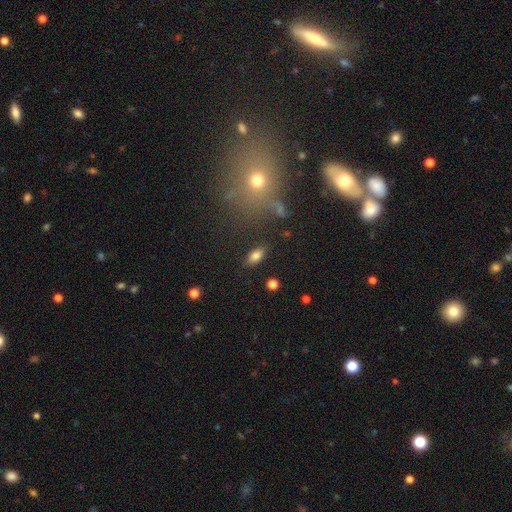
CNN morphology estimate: Smooth or featured? Predicted: smooth (p=0.80). How rounded? Predicted: in between (p=0.87). Merging? Predicted: none (p=0.84).